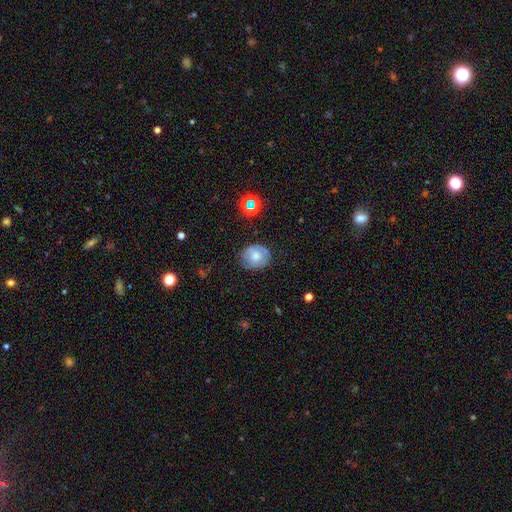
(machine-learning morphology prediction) Overall: smooth (62%; featured or disk 27%). How rounded: round (74%). Merging: none (76%).